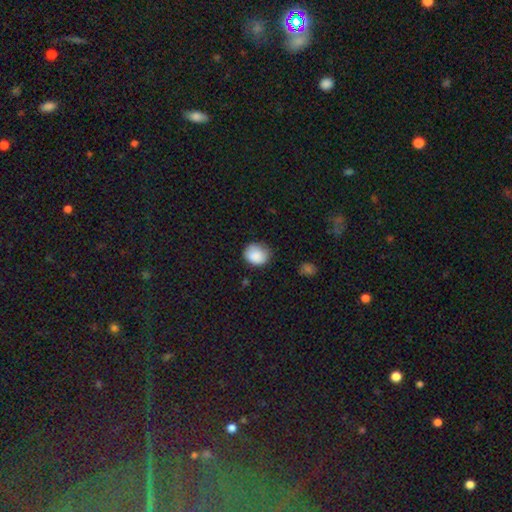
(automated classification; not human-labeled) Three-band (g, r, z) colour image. It shows a smooth galaxy with no disk features (86%) that is round (64%). Merging: none (70%).